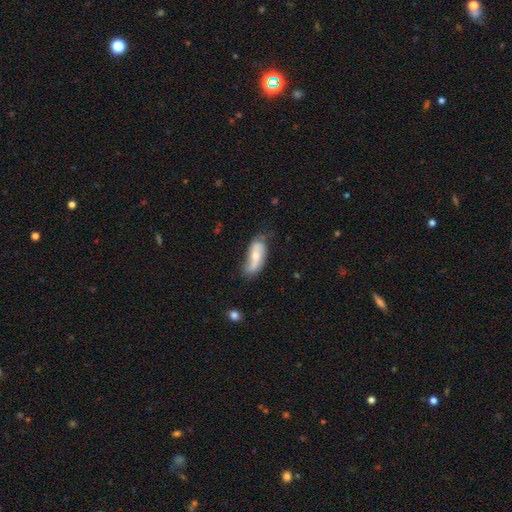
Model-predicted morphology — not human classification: featured or disk 52%, smooth 41%, star or artifact 6%. Down the decision tree: edge-on disk — no (85%); merging — none (56%).